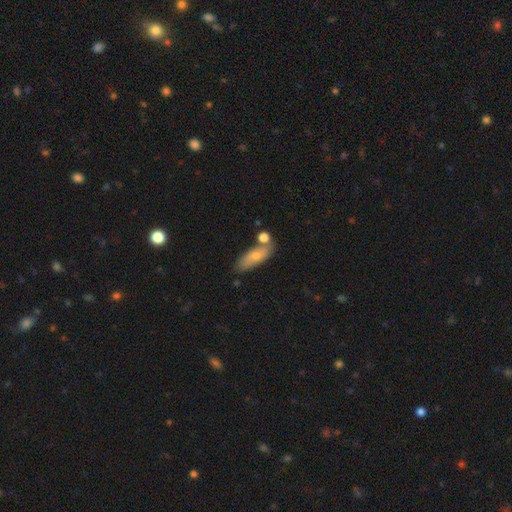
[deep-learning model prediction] A smooth galaxy with no disk features (71%) that is in between round and cigar-shaped (69%). Merging: none (58%).